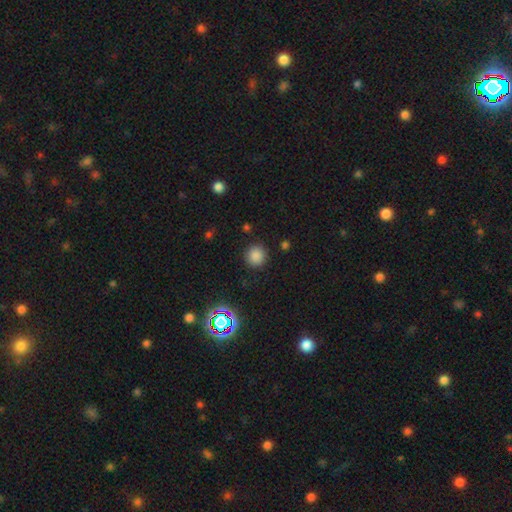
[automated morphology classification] The model was most divided on "smooth or featured": smooth: 82%, star or artifact: 14%, featured or disk: 4%. More confident: how rounded — round (93%); merging — none (89%).